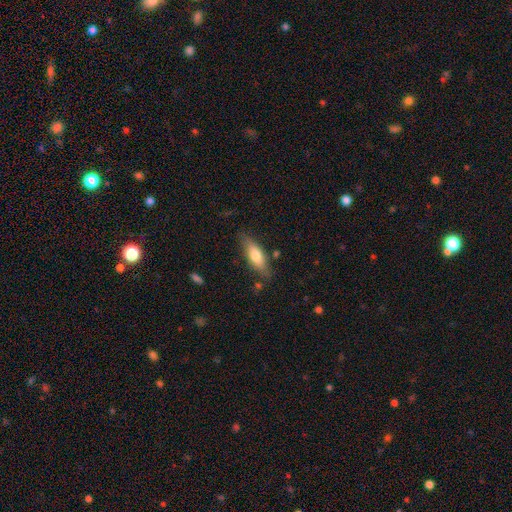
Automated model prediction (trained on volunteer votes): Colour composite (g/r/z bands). It shows a smooth galaxy with no disk features (65%) that is in between round and cigar-shaped (50%). Merging: none (78%).